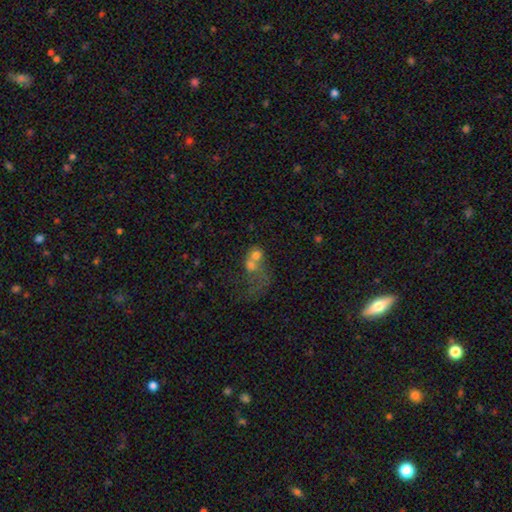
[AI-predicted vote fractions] Smooth or featured: smooth — 60% (featured or disk — 26%)
How rounded: round — 63% (in between — 36%)
Merging: merger — 65% (major disturbance — 17%)